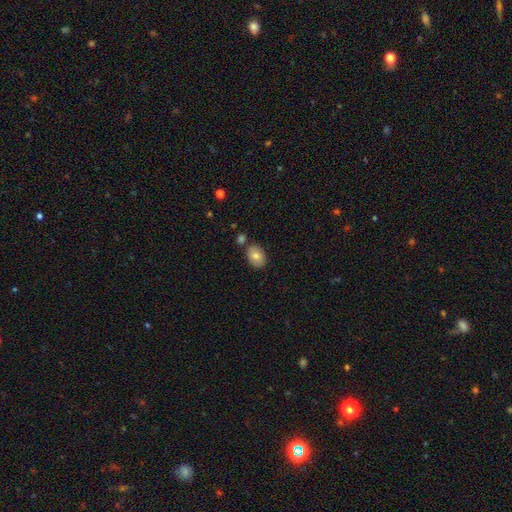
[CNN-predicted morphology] Overall: smooth (79%). How rounded: in between (72%). Merging: none (77%).